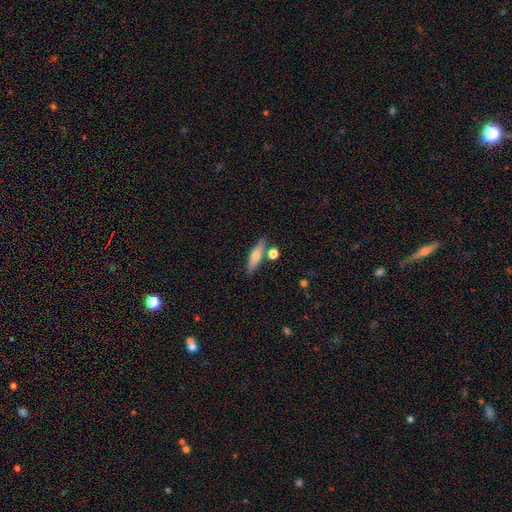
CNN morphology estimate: Smooth or featured? smooth (61%)
How rounded? cigar-shaped (67%)
Merging? none (74%)